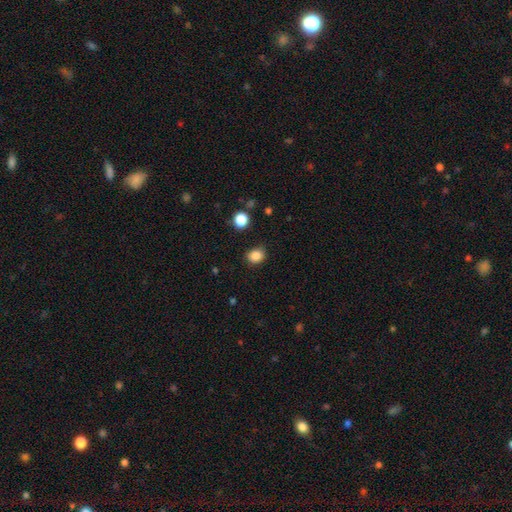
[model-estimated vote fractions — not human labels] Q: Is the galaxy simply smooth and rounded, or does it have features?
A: smooth — 85%.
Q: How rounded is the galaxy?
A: round — 58%.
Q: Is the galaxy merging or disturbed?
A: none — 84%.